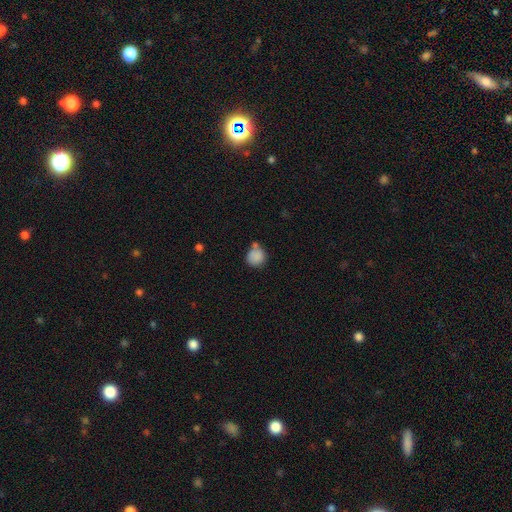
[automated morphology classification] Smooth or featured: smooth — 86% (star or artifact — 9%)
How rounded: round — 87% (in between — 12%)
Merging: none — 56% (merger — 21%)